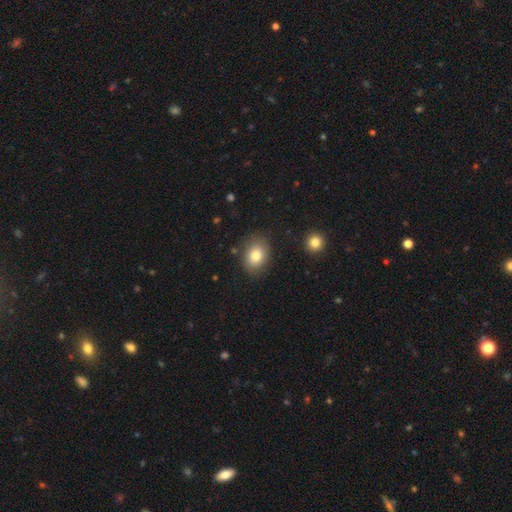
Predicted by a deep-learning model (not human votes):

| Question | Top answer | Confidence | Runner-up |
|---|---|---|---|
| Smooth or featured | smooth | 79% | featured or disk (12%) |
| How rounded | in between | 64% | round (36%) |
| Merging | none | 82% | minor disturbance (12%) |